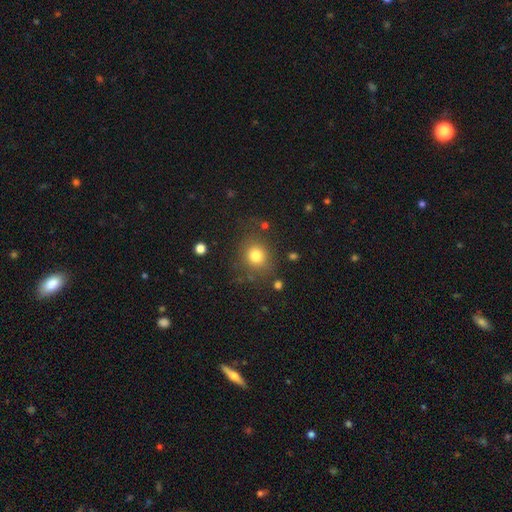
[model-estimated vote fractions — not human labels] Smooth or featured?
  - smooth: 79% *
  - star or artifact: 13%
  - featured or disk: 8%
How rounded?
  - round: 80% *
  - in between: 20%
  - cigar-shaped: 1%
Merging?
  - none: 78% *
  - minor disturbance: 12%
  - major disturbance: 6%
  - merger: 3%